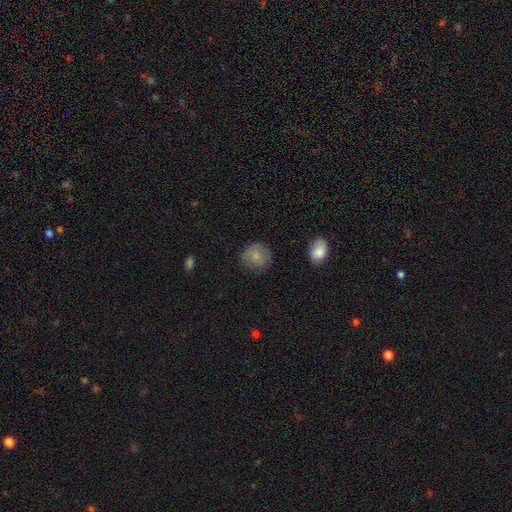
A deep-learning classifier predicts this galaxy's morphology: Smooth or featured: smooth — 78% (featured or disk — 14%)
How rounded: round — 86% (in between — 13%)
Merging: none — 75% (minor disturbance — 18%)